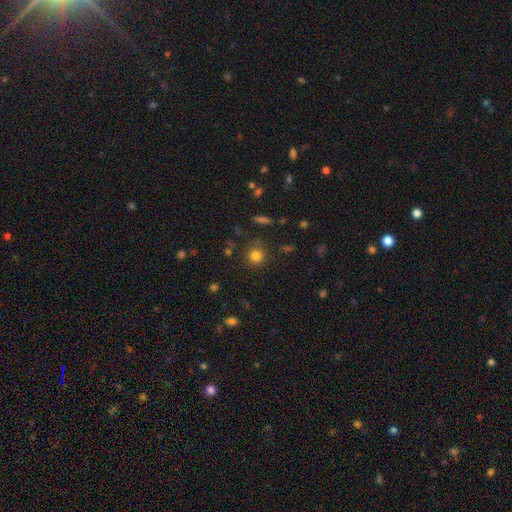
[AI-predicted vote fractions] The model was most divided on "smooth or featured": smooth: 79%, star or artifact: 14%, featured or disk: 6%. More confident: how rounded — round (92%); merging — none (83%).